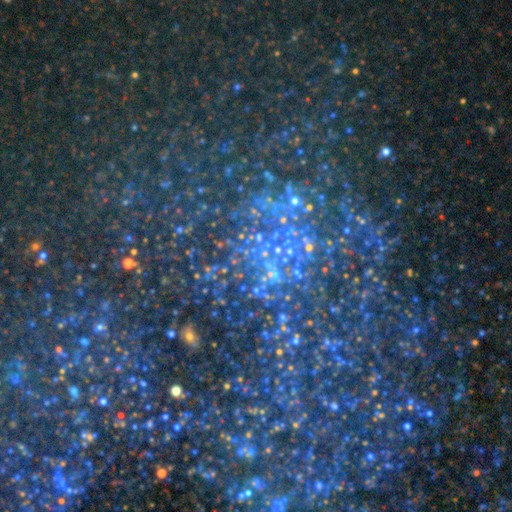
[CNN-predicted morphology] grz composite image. It shows a star or artifact, not a galaxy (81%).